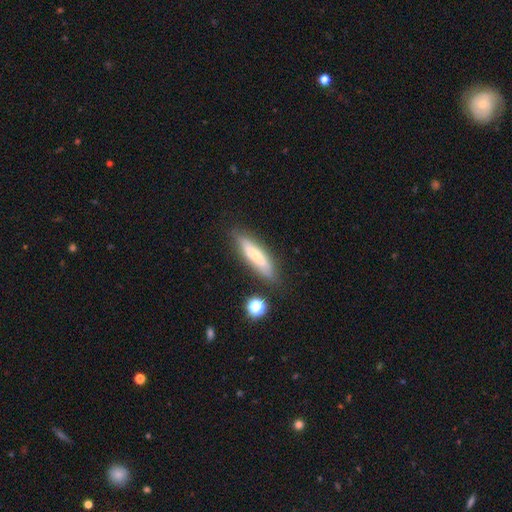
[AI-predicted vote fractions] Smooth or featured?
  - smooth: 50% *
  - featured or disk: 42%
  - star or artifact: 8%
Merging?
  - none: 79% *
  - minor disturbance: 15%
  - major disturbance: 4%
  - merger: 3%